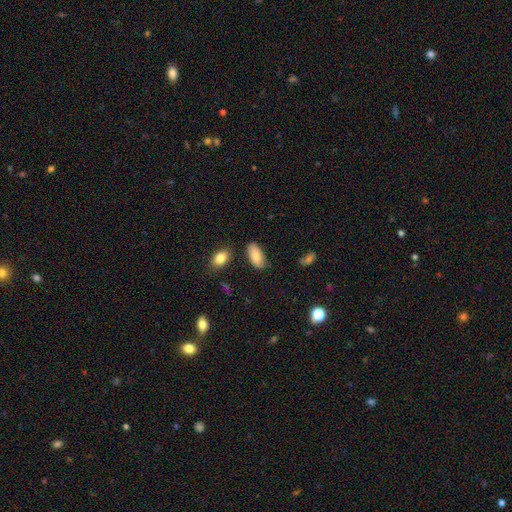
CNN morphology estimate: Smooth or featured? Predicted: smooth (p=0.81). How rounded? Predicted: in between (p=0.92). Merging? Predicted: none (p=0.79).